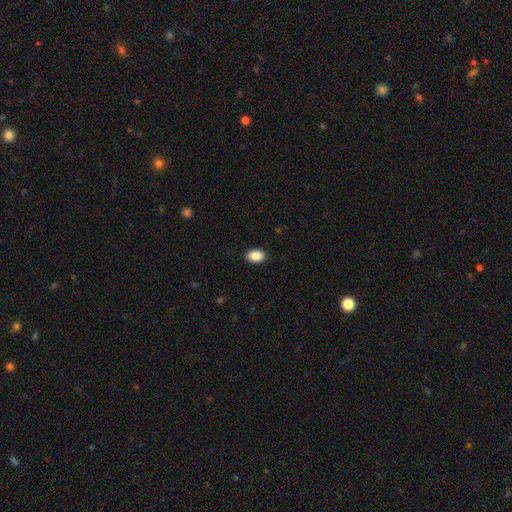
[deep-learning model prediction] smooth 89%, star or artifact 7%, featured or disk 4%. Down the decision tree: how rounded — in between (87%); merging — none (89%).